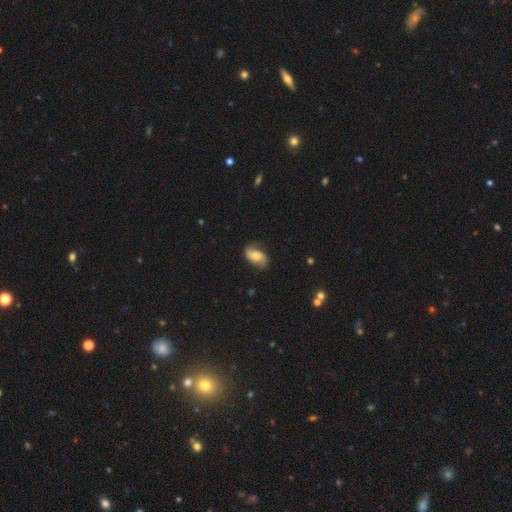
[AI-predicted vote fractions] This is possibly a smooth galaxy (50%). How rounded: clearly in between (89%). Merging: likely none (72%).